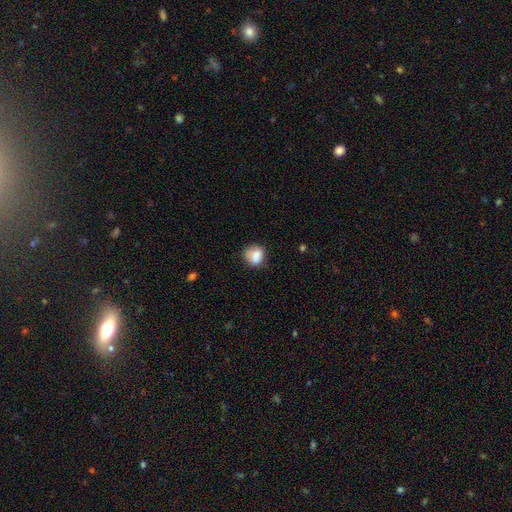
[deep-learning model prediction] This is clearly a smooth galaxy (82%). How rounded: likely round (67%). Merging: likely none (60%).